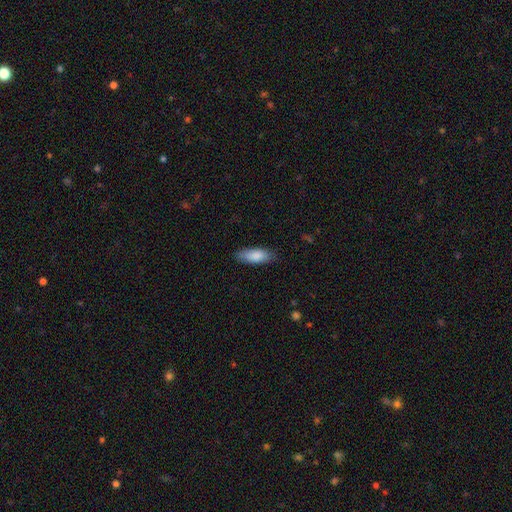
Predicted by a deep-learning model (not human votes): This appears to be a smooth galaxy with no disk features (85%) that is in between round and cigar-shaped (70%). Merging: none (83%).